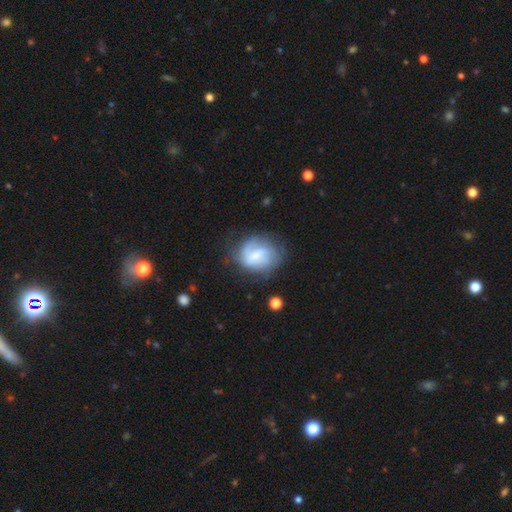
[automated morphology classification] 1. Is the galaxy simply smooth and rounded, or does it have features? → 52% featured or disk, 40% smooth, 9% star or artifact.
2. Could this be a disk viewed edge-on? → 97% no, 3% yes.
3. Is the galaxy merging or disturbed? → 52% none, 25% minor disturbance, 19% major disturbance, 3% merger.